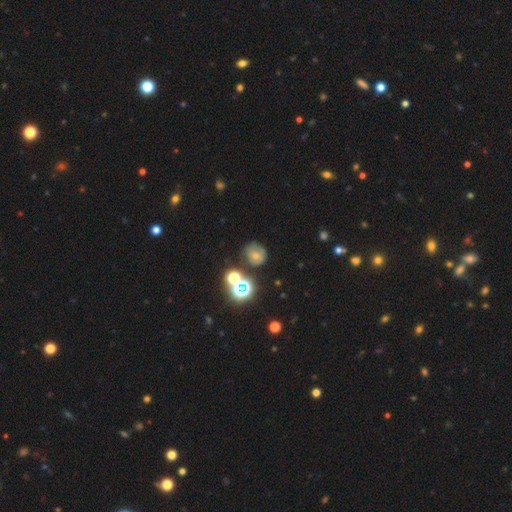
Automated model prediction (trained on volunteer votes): This appears to be a smooth galaxy with no disk features (54%) that is round (75%). Merging: none (62%).